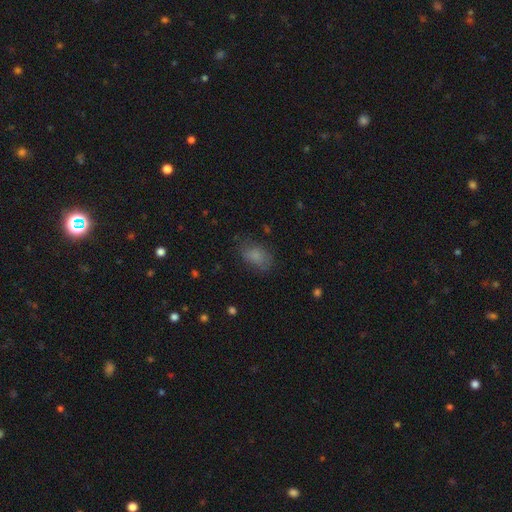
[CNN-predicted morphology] Smooth or featured? Predicted: smooth (p=0.80). How rounded? Predicted: in between (p=0.84). Merging? Predicted: none (p=0.69).